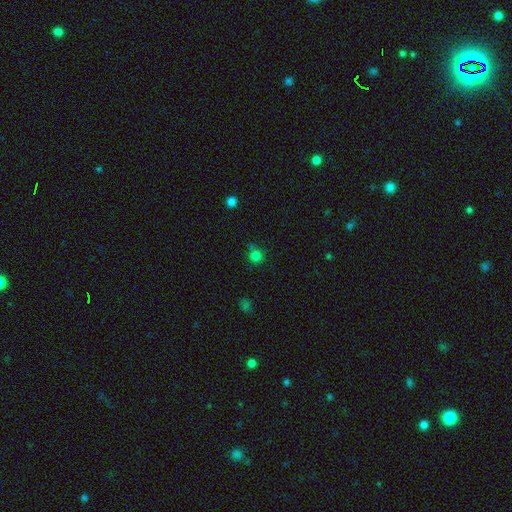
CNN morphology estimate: This appears to be a smooth galaxy with no disk features (79%) that is round (91%). Merging: none (72%).